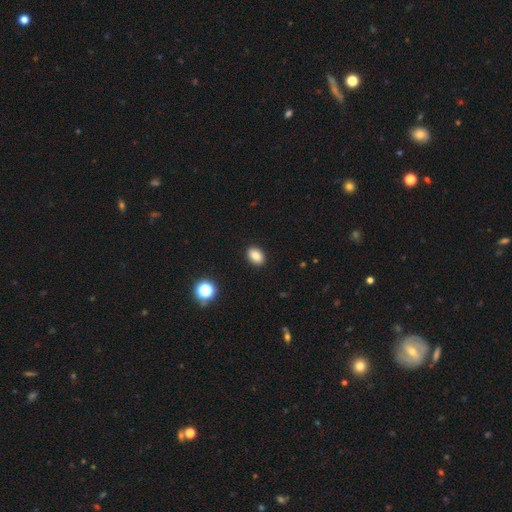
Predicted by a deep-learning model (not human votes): smooth_or_featured: smooth (p=0.85) [alt: star or artifact p=0.10]
how_rounded: in between (p=0.81) [alt: round p=0.17]
merging: none (p=0.90) [alt: minor disturbance p=0.07]